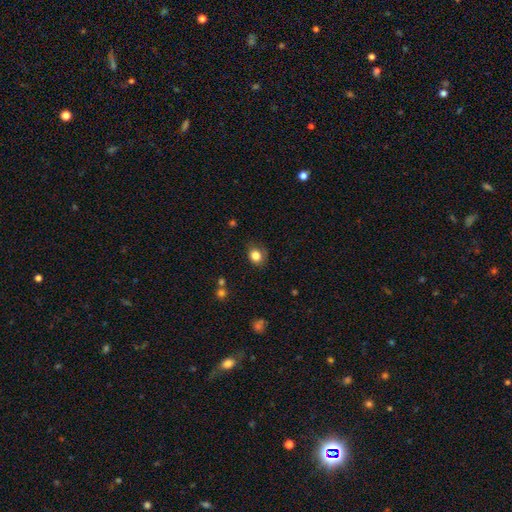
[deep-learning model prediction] A smooth galaxy with no disk features (82%) that is round (63%).

Vote fractions:
- Smooth or featured? smooth: 82% / star or artifact: 11% / featured or disk: 7%
- How rounded? round: 63% / in between: 36% / cigar-shaped: 1%
- Merging? none: 72% / minor disturbance: 21% / major disturbance: 5% / merger: 2%